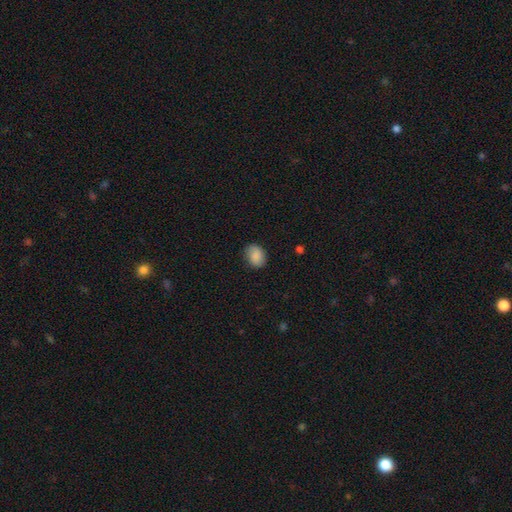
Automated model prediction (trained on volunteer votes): This appears to be a smooth galaxy with no disk features (85%) that is in between round and cigar-shaped (62%). Merging: none (80%).